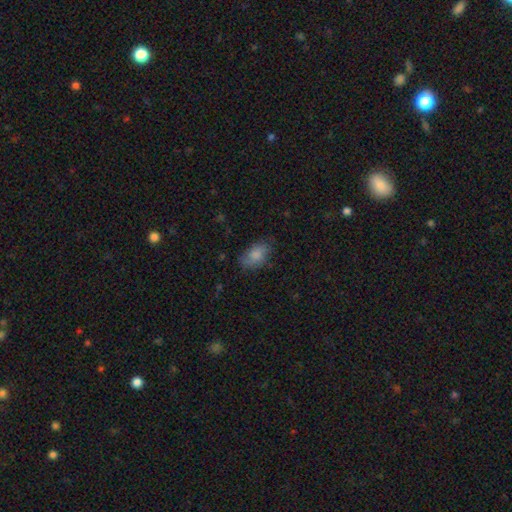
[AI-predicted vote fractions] smooth_or_featured: smooth (p=0.82) [alt: featured or disk p=0.10]
how_rounded: in between (p=0.90) [alt: round p=0.08]
merging: none (p=0.72) [alt: minor disturbance p=0.21]